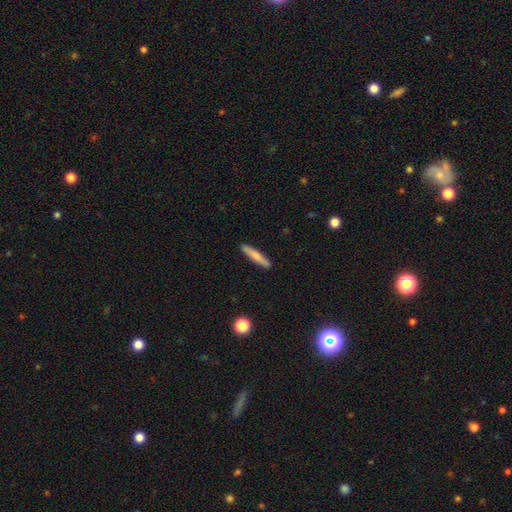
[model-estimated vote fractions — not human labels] Smooth or featured?
  - smooth: 74% *
  - featured or disk: 20%
  - star or artifact: 6%
How rounded?
  - cigar-shaped: 92% *
  - in between: 7%
  - round: 1%
Merging?
  - none: 89% *
  - minor disturbance: 8%
  - major disturbance: 2%
  - merger: 1%